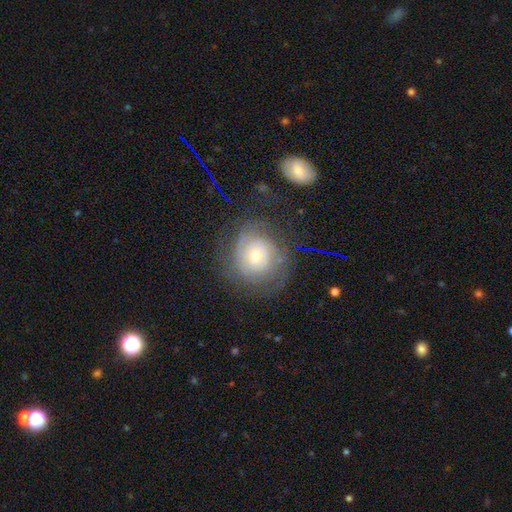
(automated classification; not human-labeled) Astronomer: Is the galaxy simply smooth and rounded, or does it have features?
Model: featured or disk — 61%.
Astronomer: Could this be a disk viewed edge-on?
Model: no — 97%.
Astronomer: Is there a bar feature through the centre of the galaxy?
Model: no — 78%.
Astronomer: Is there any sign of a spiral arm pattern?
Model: yes — 80%.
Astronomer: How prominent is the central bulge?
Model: small — 54% (runner-up: moderate, 39%).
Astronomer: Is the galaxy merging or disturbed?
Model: none — 69%.